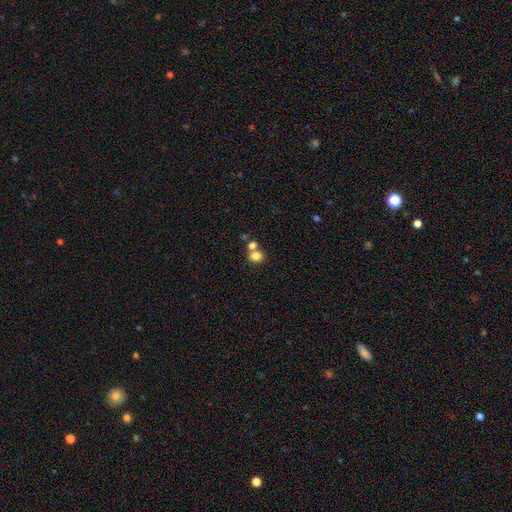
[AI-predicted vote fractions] smooth 80%, star or artifact 11%, featured or disk 9%. Down the decision tree: how rounded — round (54%); merging — none (47%).